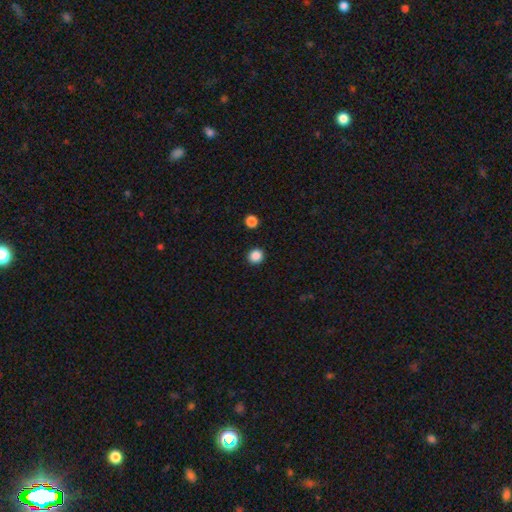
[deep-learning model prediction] Q: Smooth or featured?
A: smooth (87%); runner-up: star or artifact (11%)
Q: How rounded?
A: round (91%); runner-up: in between (8%)
Q: Merging?
A: none (92%); runner-up: minor disturbance (4%)